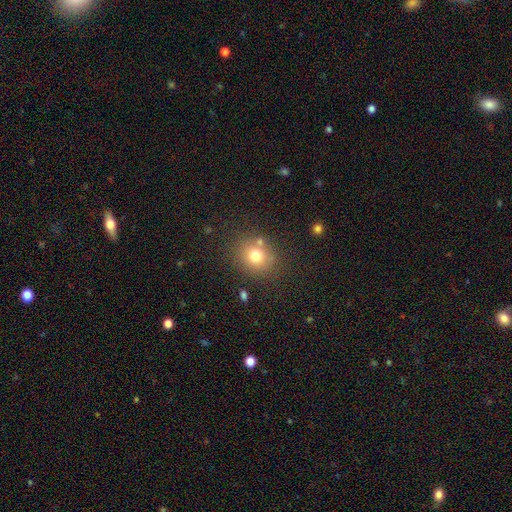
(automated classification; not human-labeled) The model was most divided on "how rounded": round: 75%, in between: 24%, cigar-shaped: 1%. More confident: merging — none (75%); smooth or featured — smooth (75%).